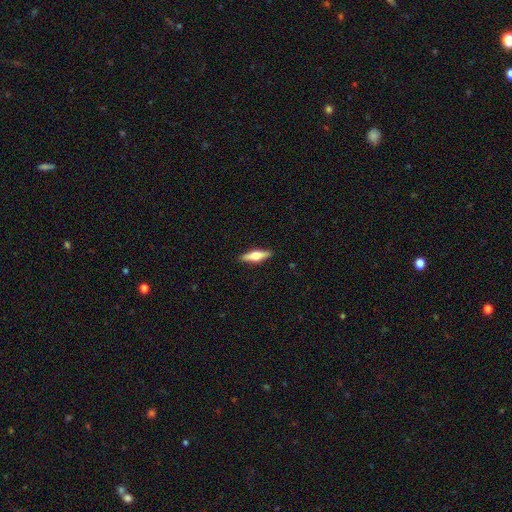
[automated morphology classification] A featured or disk galaxy (50%) viewed edge-on (95%). Merging: none (90%).